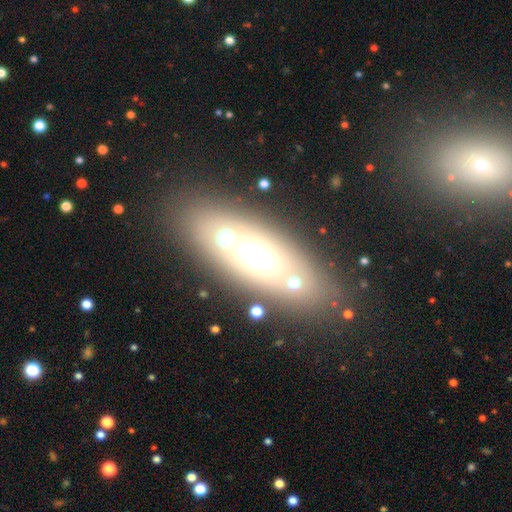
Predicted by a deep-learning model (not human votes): smooth-or-featured: smooth: 44% | featured or disk: 38% | star or artifact: 18%
  merging: none: 76% | minor disturbance: 11% | merger: 7% | major disturbance: 6%